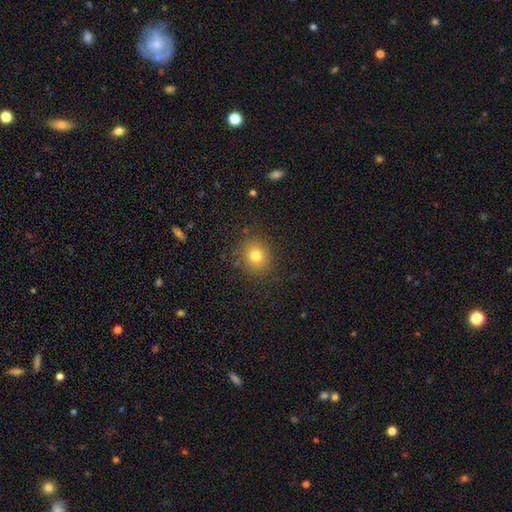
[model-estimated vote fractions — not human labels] Smooth or featured? smooth (78%)
How rounded? round (80%)
Merging? none (85%)